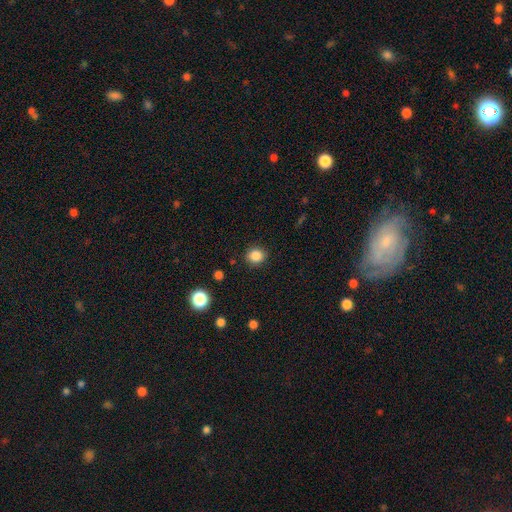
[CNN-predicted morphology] Overall: smooth (85%). How rounded: round (79%). Merging: none (87%).